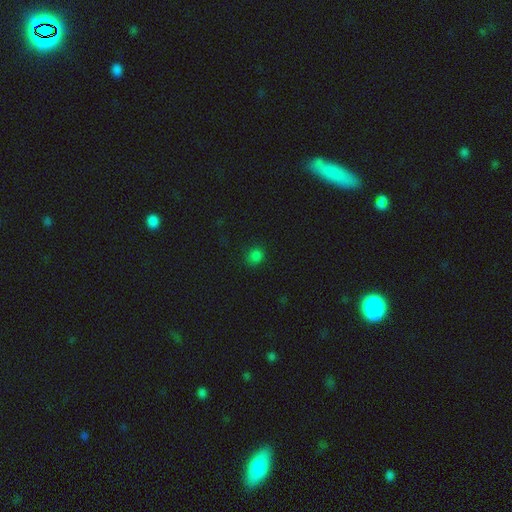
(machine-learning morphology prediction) A smooth galaxy with no disk features (79%) that is round (76%).

Vote fractions:
- Smooth or featured? smooth: 79% / star or artifact: 18% / featured or disk: 3%
- How rounded? round: 76% / in between: 23% / cigar-shaped: 1%
- Merging? none: 85% / minor disturbance: 11% / major disturbance: 3% / merger: 1%